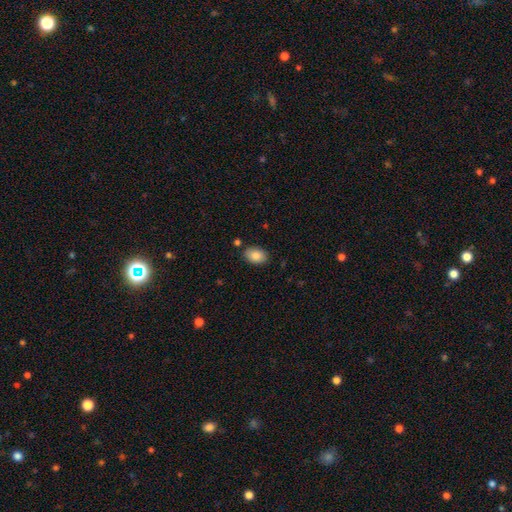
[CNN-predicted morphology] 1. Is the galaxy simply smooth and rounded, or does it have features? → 86% smooth, 7% star or artifact, 7% featured or disk.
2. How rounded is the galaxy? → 86% in between, 13% round, 1% cigar-shaped.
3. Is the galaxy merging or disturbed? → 84% none, 11% minor disturbance, 3% merger, 2% major disturbance.